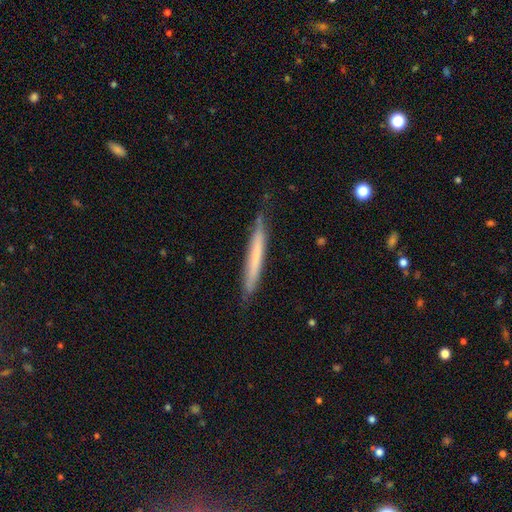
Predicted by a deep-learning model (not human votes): smooth_or_featured: smooth (p=0.56) [alt: featured or disk p=0.38]
how_rounded: cigar-shaped (p=0.96) [alt: in between p=0.03]
merging: none (p=0.79) [alt: minor disturbance p=0.17]